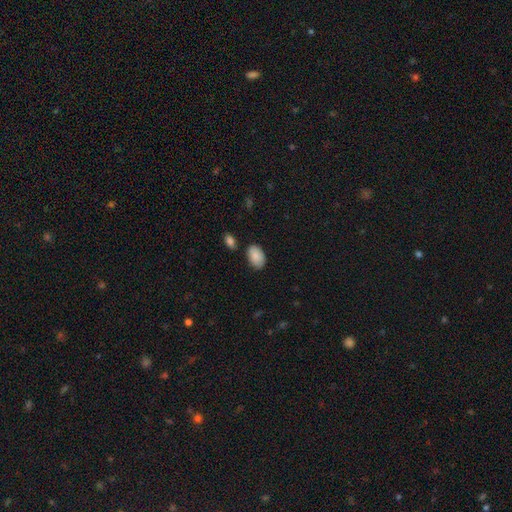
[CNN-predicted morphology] smooth_or_featured: smooth (p=0.89) [alt: star or artifact p=0.06]
how_rounded: in between (p=0.92) [alt: round p=0.07]
merging: none (p=0.80) [alt: minor disturbance p=0.13]